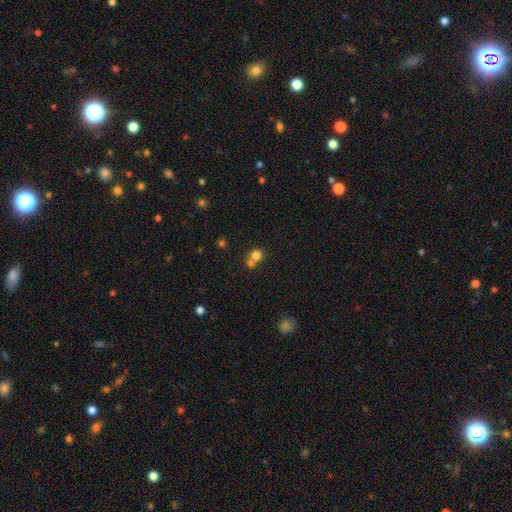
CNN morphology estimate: Smooth or featured: smooth — 77% (star or artifact — 12%)
How rounded: round — 85% (in between — 14%)
Merging: merger — 49% (none — 42%)